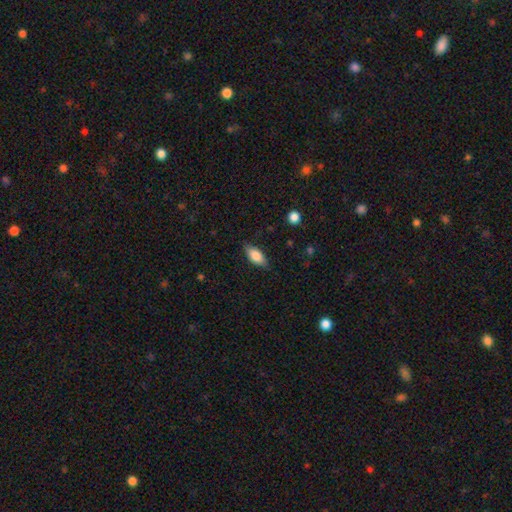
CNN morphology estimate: Smooth or featured?
  - smooth: 80% *
  - featured or disk: 14%
  - star or artifact: 7%
How rounded?
  - in between: 84% *
  - cigar-shaped: 13%
  - round: 3%
Merging?
  - none: 81% *
  - minor disturbance: 15%
  - major disturbance: 3%
  - merger: 1%